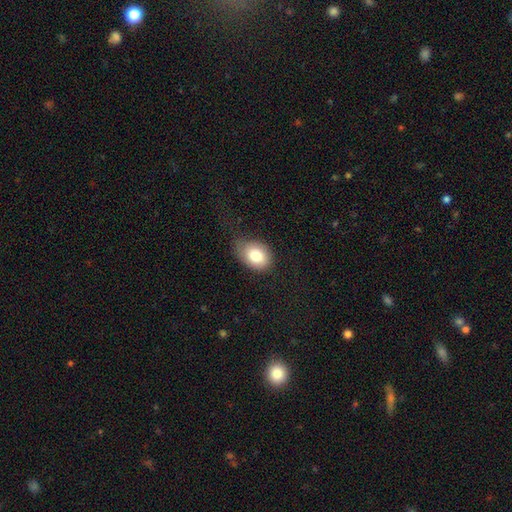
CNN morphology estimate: A smooth galaxy with no disk features (80%) that is in between round and cigar-shaped (72%).

Vote fractions:
- Smooth or featured? smooth: 80% / featured or disk: 12% / star or artifact: 8%
- How rounded? in between: 72% / round: 27% / cigar-shaped: 1%
- Merging? none: 55% / minor disturbance: 33% / major disturbance: 11% / merger: 1%